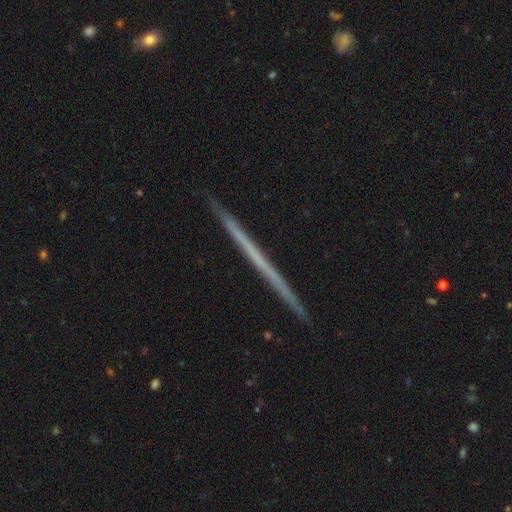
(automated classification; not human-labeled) The model was most divided on "smooth or featured": featured or disk: 60%, smooth: 33%, star or artifact: 7%. More confident: edge-on disk — yes (98%); edge-on bulge — none (95%); merging — none (92%).